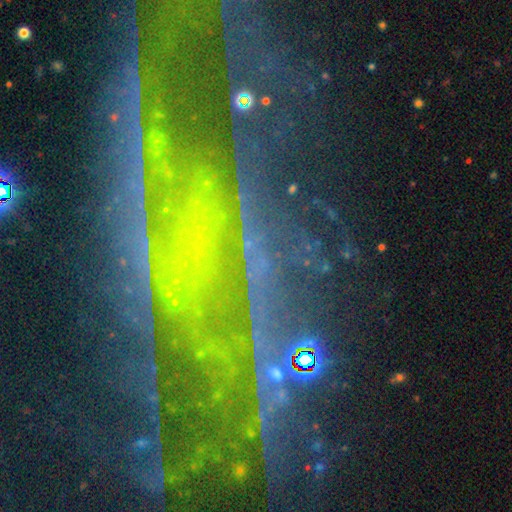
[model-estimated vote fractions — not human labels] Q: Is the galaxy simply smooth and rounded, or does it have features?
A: star or artifact — 58%.